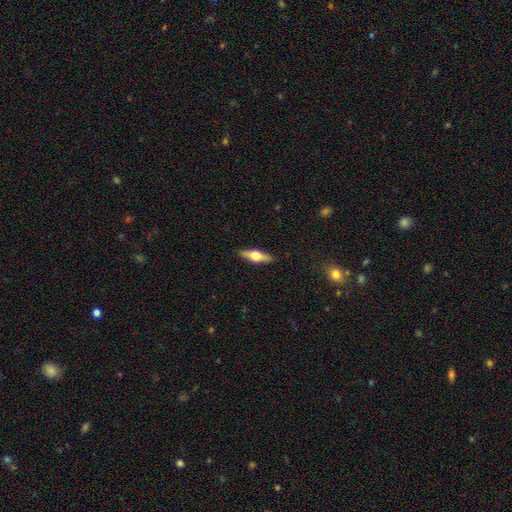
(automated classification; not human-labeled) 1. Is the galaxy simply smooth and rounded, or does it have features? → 53% featured or disk, 40% smooth, 6% star or artifact.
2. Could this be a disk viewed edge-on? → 93% yes, 7% no.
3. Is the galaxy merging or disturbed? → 89% none, 8% minor disturbance, 2% major disturbance, 1% merger.